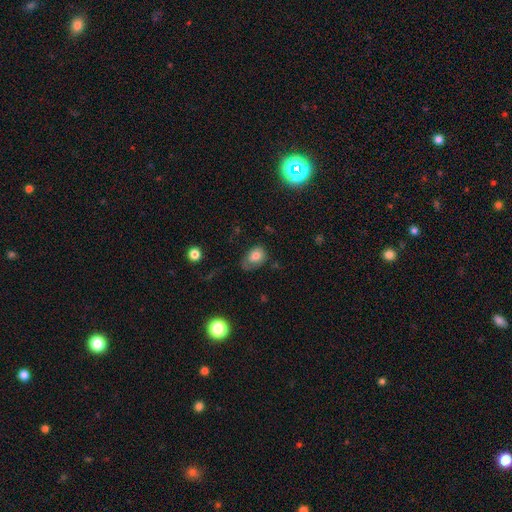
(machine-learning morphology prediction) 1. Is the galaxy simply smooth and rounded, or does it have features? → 76% smooth, 14% featured or disk, 9% star or artifact.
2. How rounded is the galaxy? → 75% in between, 24% round, 1% cigar-shaped.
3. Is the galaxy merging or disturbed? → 46% none, 32% minor disturbance, 19% major disturbance, 3% merger.